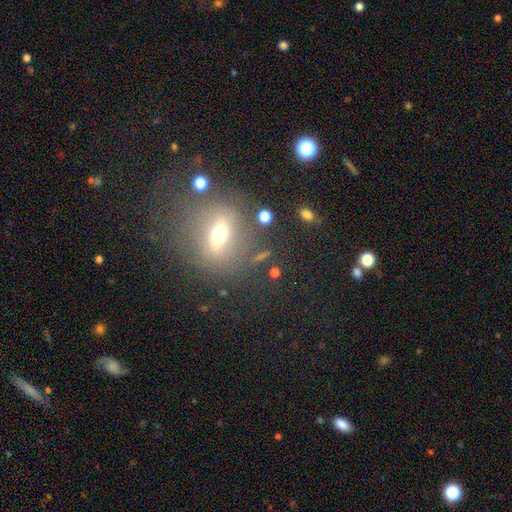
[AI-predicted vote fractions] smooth-or-featured: smooth: 42% | featured or disk: 36% | star or artifact: 22%
  merging: none: 69% | minor disturbance: 15% | major disturbance: 10% | merger: 5%